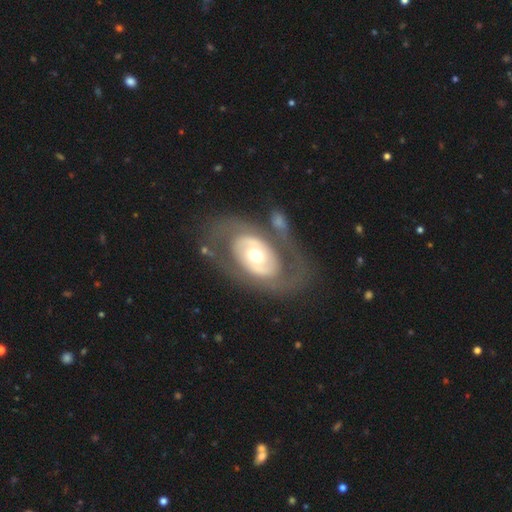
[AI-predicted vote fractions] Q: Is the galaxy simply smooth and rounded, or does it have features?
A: featured or disk — 73%.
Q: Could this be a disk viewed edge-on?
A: no — 93%.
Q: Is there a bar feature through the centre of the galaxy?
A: no — 70%.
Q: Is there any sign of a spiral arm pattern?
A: no — 56%.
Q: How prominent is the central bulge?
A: moderate — 68%.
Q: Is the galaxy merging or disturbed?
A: none — 68%.